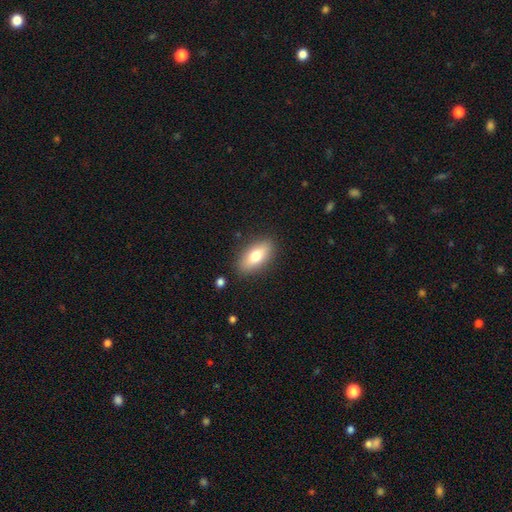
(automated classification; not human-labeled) smooth 74%, featured or disk 19%, star or artifact 7%. Down the decision tree: how rounded — in between (86%); merging — none (86%).